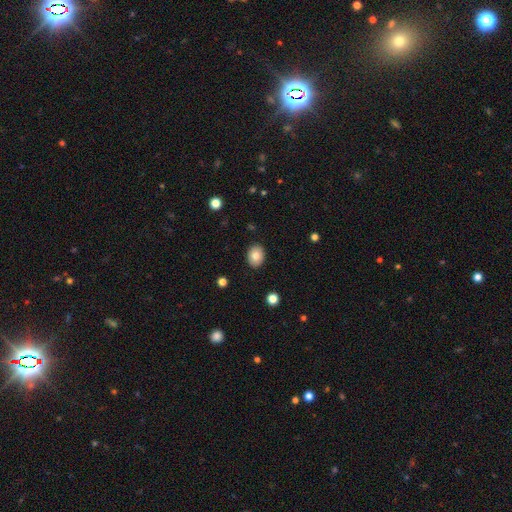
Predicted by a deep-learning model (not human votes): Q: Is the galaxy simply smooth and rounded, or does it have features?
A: smooth — 82%.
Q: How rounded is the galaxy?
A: in between — 62%.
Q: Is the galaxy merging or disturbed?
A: none — 89%.